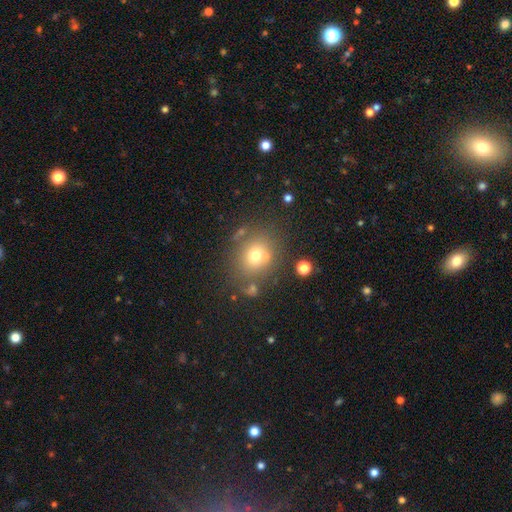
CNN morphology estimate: Smooth or featured: smooth — 70% (star or artifact — 15%)
How rounded: round — 72% (in between — 27%)
Merging: none — 70% (minor disturbance — 14%)